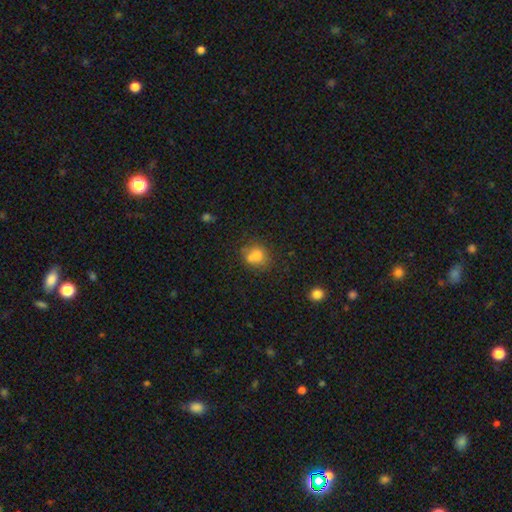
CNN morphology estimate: Smooth or featured: smooth — 73% (featured or disk — 14%)
How rounded: round — 65% (in between — 33%)
Merging: none — 49% (merger — 28%)